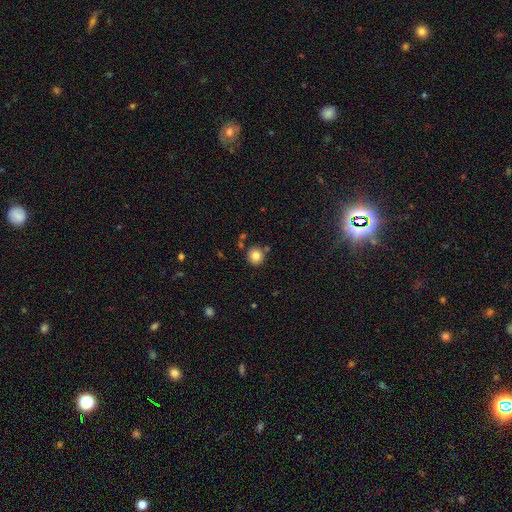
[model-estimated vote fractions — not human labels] The model was most divided on "smooth or featured": smooth: 82%, star or artifact: 11%, featured or disk: 7%. More confident: how rounded — round (93%); merging — none (82%).